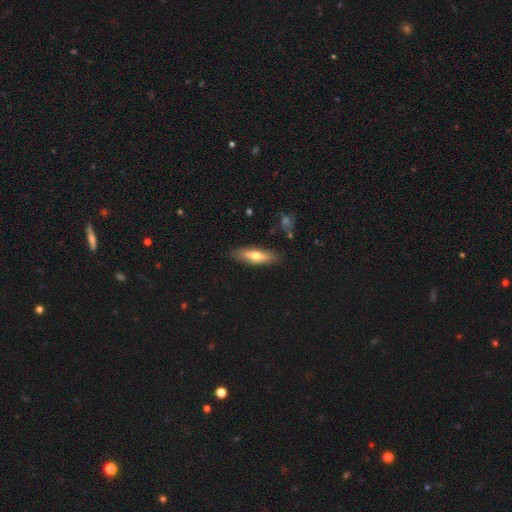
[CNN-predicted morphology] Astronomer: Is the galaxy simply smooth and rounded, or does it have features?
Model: smooth — 59% (runner-up: featured or disk, 35%).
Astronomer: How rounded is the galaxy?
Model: cigar-shaped — 59% (runner-up: in between, 38%).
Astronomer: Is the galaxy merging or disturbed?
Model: none — 85%.